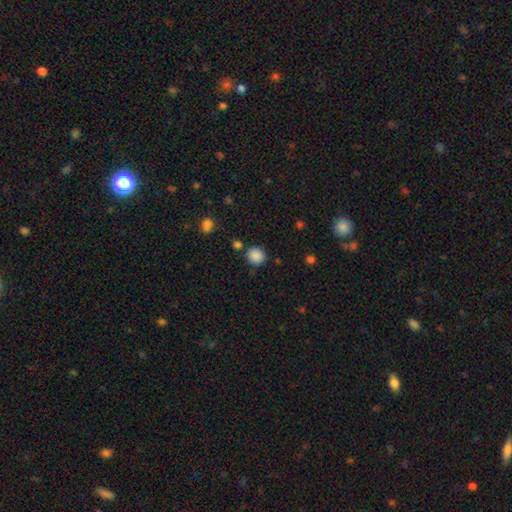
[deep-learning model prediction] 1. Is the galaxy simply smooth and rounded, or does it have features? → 87% smooth, 10% star or artifact, 3% featured or disk.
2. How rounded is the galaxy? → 90% round, 9% in between, 1% cigar-shaped.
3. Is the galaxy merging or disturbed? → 83% none, 9% minor disturbance, 5% merger, 3% major disturbance.